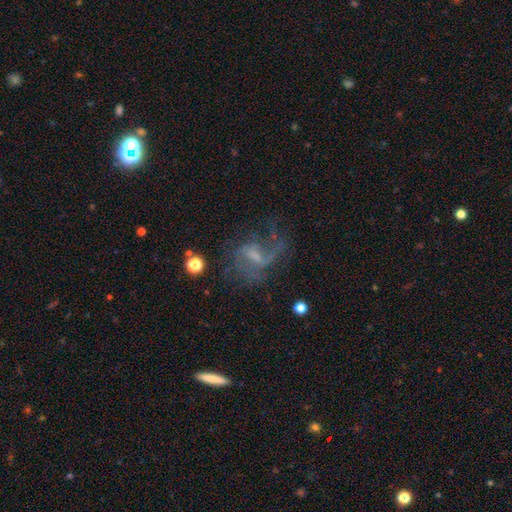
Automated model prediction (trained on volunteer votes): Overall: featured or disk (71%). Edge-on disk: no (96%). Bar: weak (51%; no 31%). Spiral arms: yes (78%). Spiral arm count: 1 (39%; 2 34%). Spiral winding: loose (62%; medium 30%). Bulge size: small (43%; none 29%). Merging: none (41%; major disturbance 38%).